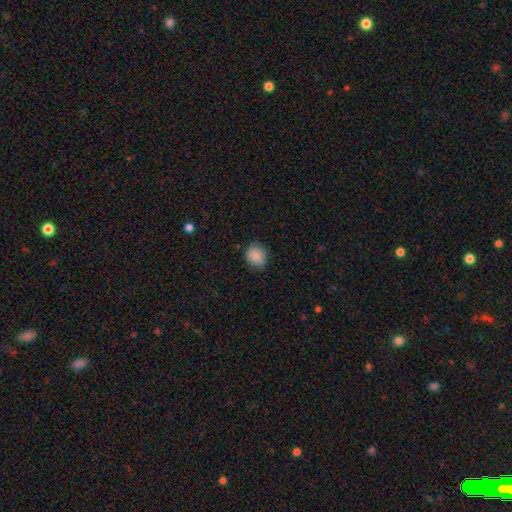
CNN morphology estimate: Smooth or featured? Predicted: smooth (p=0.88). How rounded? Predicted: round (p=0.69). Merging? Predicted: none (p=0.84).